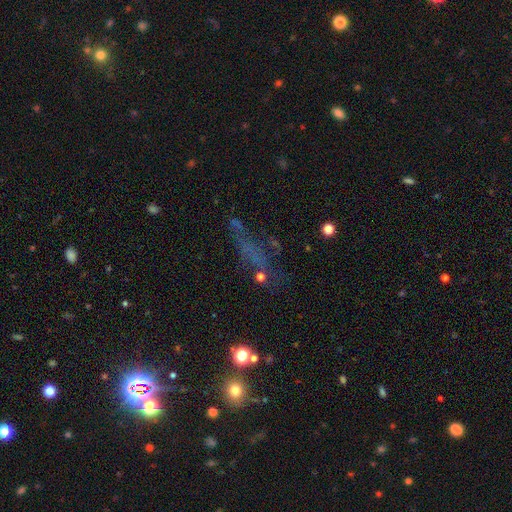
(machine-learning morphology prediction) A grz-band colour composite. It shows a star or artifact, not a galaxy (47%).